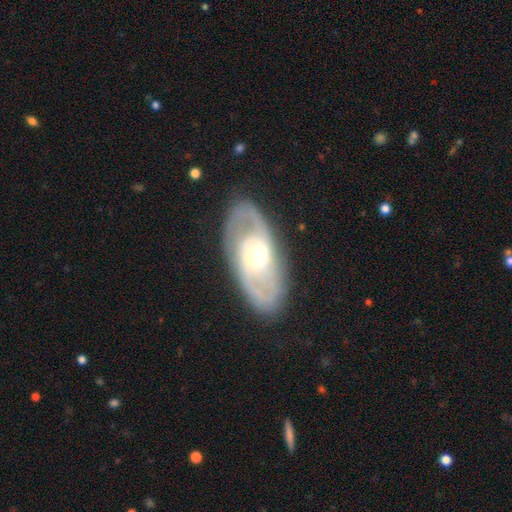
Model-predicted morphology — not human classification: Smooth or featured?
  - featured or disk: 81% *
  - smooth: 14%
  - star or artifact: 5%
Edge-on disk?
  - no: 91% *
  - yes: 9%
Bar?
  - no: 62% *
  - weak: 29%
  - strong: 9%
Spiral arms?
  - yes: 86% *
  - no: 14%
Spiral winding?
  - tight: 43% *
  - medium: 41%
  - loose: 16%
Spiral arm count?
  - 2: 76% *
  - can't tell: 14%
  - 3: 4%
  - 1: 2%
  - 4: 2%
  - more than 4: 2%
Bulge size?
  - moderate: 62% *
  - small: 29%
  - large: 8%
  - dominant: 1%
  - none: 1%
Merging?
  - none: 83% *
  - minor disturbance: 12%
  - major disturbance: 4%
  - merger: 1%